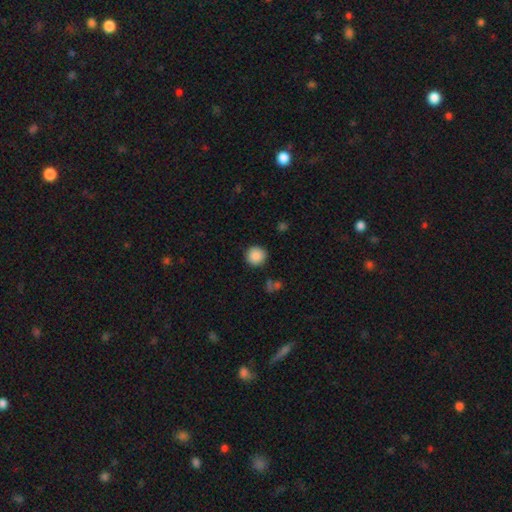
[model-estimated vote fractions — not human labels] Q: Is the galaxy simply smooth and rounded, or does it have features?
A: smooth — 88%.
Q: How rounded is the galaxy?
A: round — 94%.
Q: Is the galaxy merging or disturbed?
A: none — 89%.